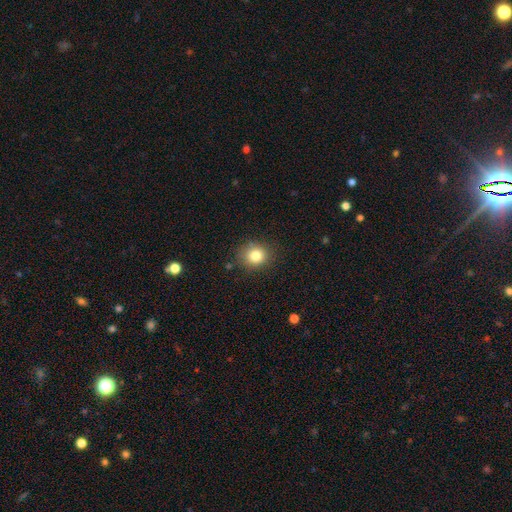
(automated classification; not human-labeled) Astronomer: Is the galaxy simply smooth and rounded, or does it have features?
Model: smooth — 82%.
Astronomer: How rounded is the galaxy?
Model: round — 77%.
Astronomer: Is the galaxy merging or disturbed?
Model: none — 84%.